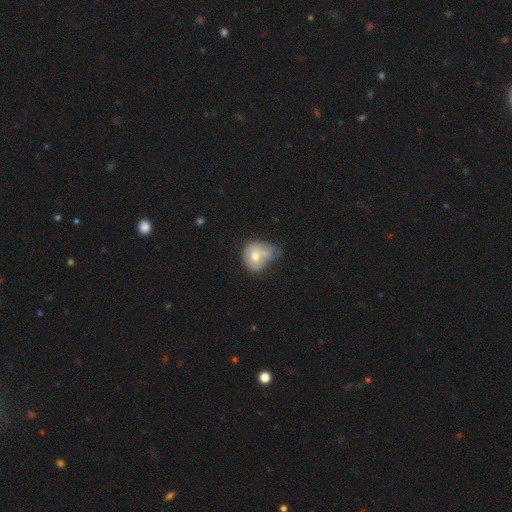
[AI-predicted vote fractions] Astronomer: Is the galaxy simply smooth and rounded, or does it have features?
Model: smooth — 66%.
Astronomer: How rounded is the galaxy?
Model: round — 56% (runner-up: in between, 43%).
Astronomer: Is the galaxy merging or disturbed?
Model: minor disturbance — 31% (runner-up: merger, 25%).